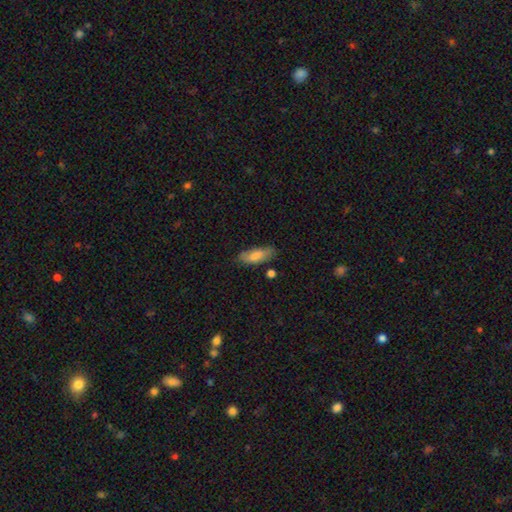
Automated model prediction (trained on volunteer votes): This appears to be a smooth galaxy with no disk features (79%) that is in between round and cigar-shaped (69%). Merging: none (72%).